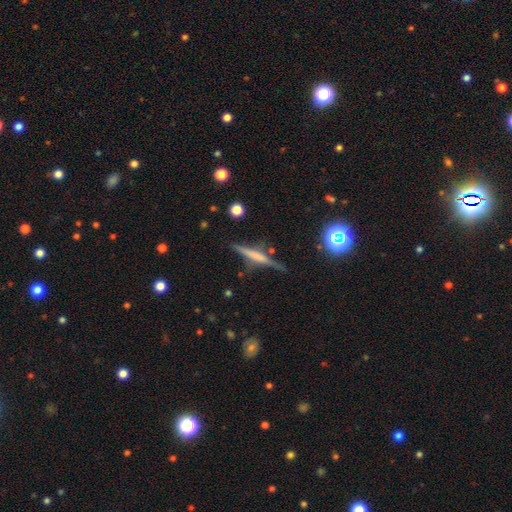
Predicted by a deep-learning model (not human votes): Morphology: type=featured or disk (61%); edge-on=yes (96%); edge-on bulge=none (40%); merging=none (79%).